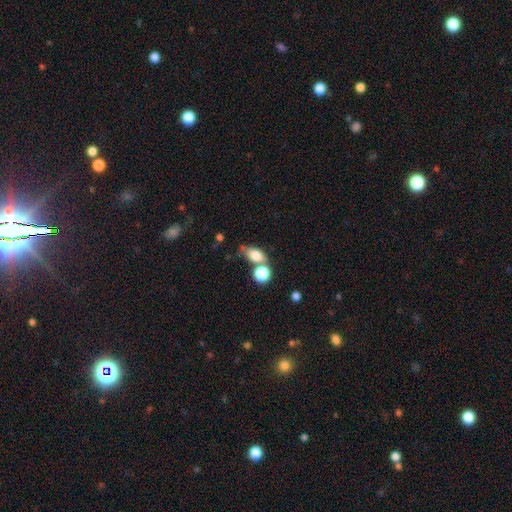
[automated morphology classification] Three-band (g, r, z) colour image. It shows a smooth galaxy with no disk features (76%) that is in between round and cigar-shaped (73%). Merging: none (47%).